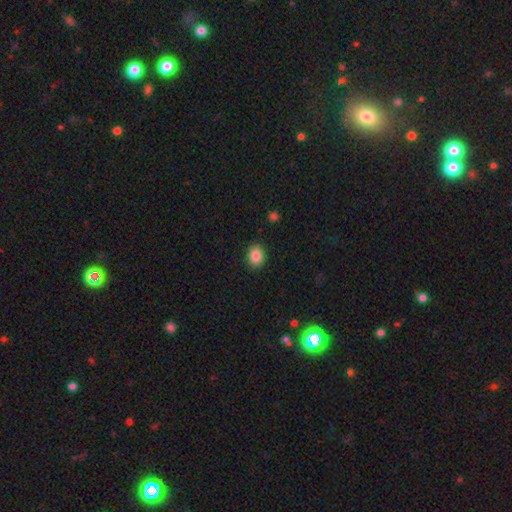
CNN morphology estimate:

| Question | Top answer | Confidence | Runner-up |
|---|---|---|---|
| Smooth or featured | smooth | 86% | star or artifact (9%) |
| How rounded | in between | 61% | round (38%) |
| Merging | none | 89% | minor disturbance (8%) |